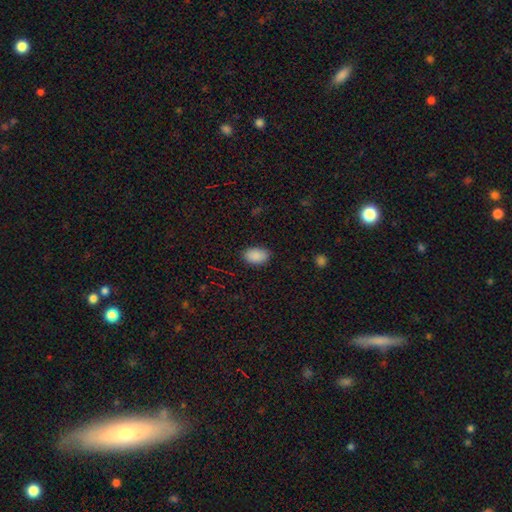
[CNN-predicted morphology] A smooth galaxy with no disk features (88%) that is in between round and cigar-shaped (90%). Merging: none (85%).